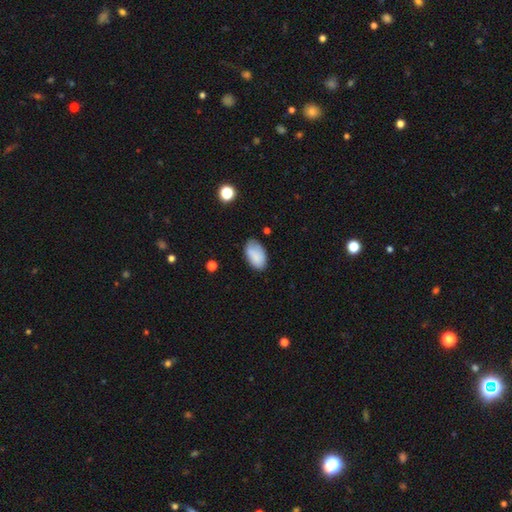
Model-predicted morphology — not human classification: This appears to be a smooth galaxy with no disk features (83%) that is in between round and cigar-shaped (94%). Merging: none (71%).